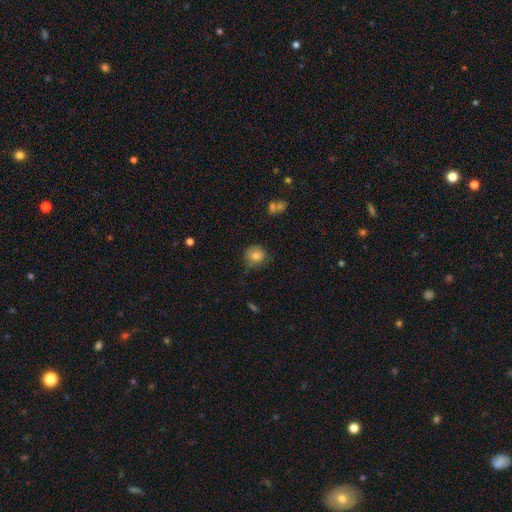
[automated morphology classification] Smooth or featured: smooth — 81% (featured or disk — 10%)
How rounded: round — 88% (in between — 11%)
Merging: none — 73% (minor disturbance — 20%)